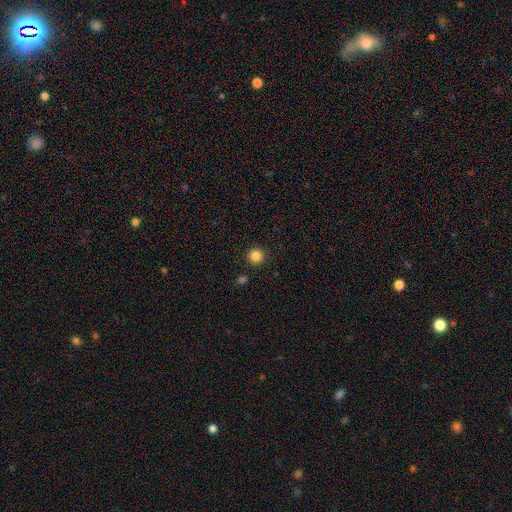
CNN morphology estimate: smooth 85%, star or artifact 12%, featured or disk 4%. Down the decision tree: how rounded — round (95%); merging — none (91%).